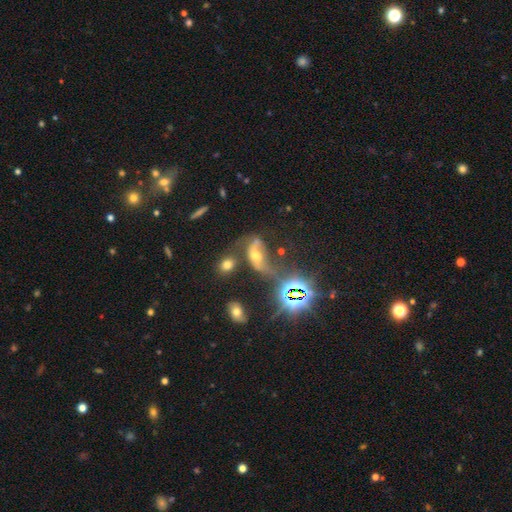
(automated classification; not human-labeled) Smooth or featured: featured or disk — 48% (smooth — 26%)
Merging: major disturbance — 31% (none — 27%)